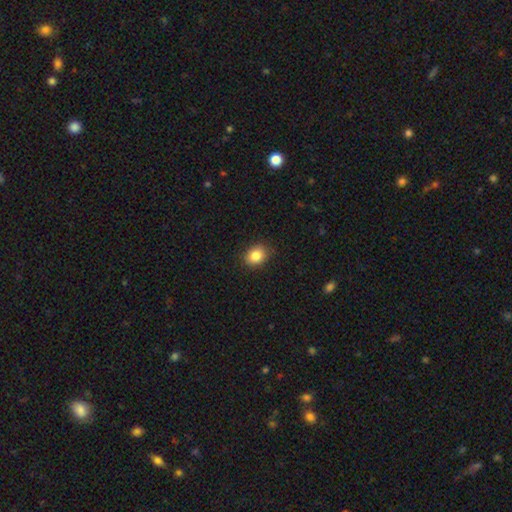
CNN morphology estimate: type=smooth (86%); roundness=round (50%); merging=none (88%).